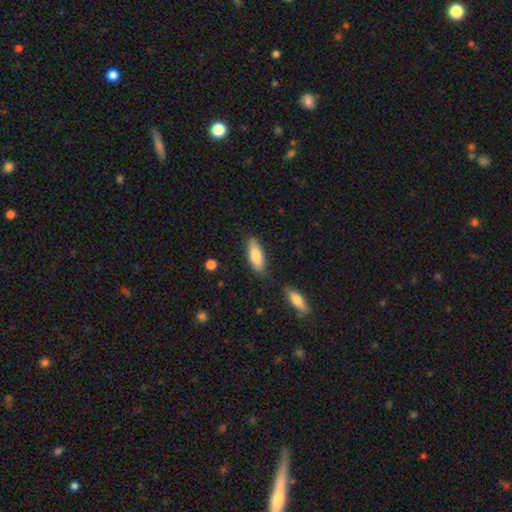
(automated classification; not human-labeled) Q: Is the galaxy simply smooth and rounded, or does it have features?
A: smooth — 81%.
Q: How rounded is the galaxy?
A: in between — 66%.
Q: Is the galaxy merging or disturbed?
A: none — 79%.